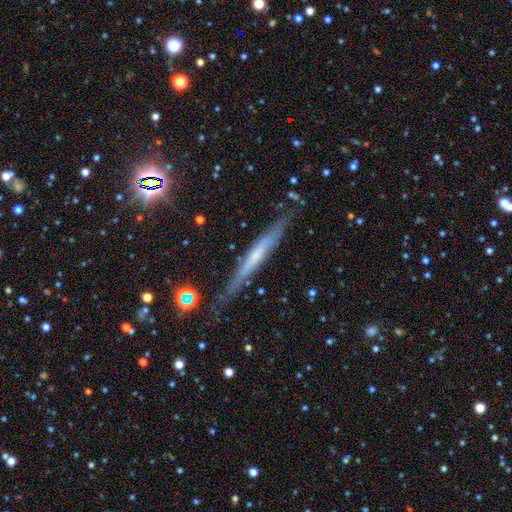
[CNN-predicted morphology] featured or disk 61%, smooth 29%, star or artifact 10%. Down the decision tree: edge-on disk — yes (93%); edge-on bulge — none (69%); merging — none (80%).